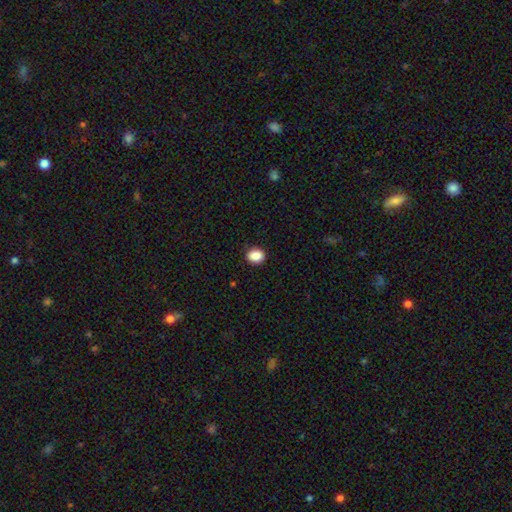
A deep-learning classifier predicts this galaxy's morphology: Overall: smooth (88%). How rounded: round (58%; in between 41%). Merging: none (90%).